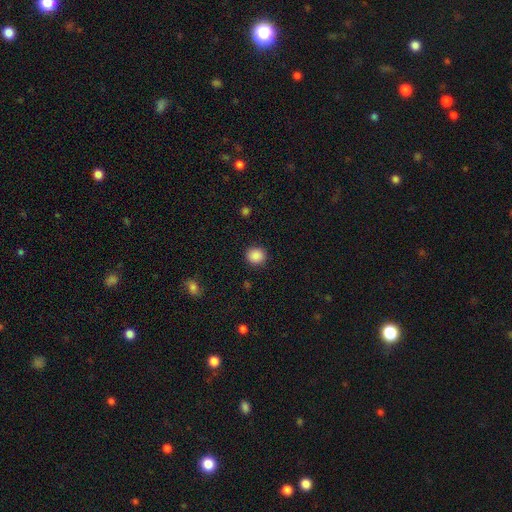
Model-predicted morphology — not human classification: This is clearly a smooth galaxy (88%). How rounded: clearly round (88%). Merging: clearly none (90%).